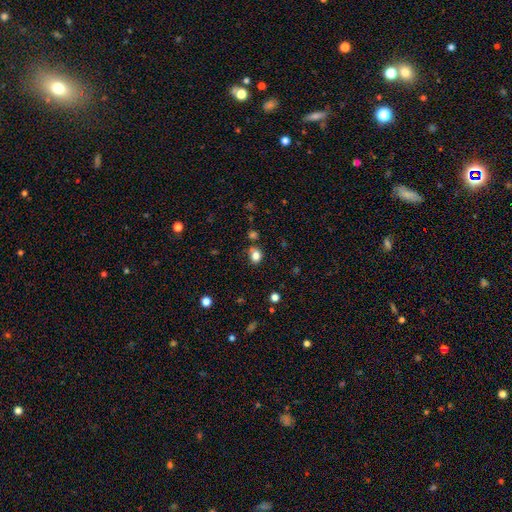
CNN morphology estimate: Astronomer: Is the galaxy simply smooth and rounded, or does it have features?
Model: smooth — 81%.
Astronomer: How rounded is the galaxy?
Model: round — 60% (runner-up: in between, 39%).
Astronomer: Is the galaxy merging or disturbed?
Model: none — 71%.